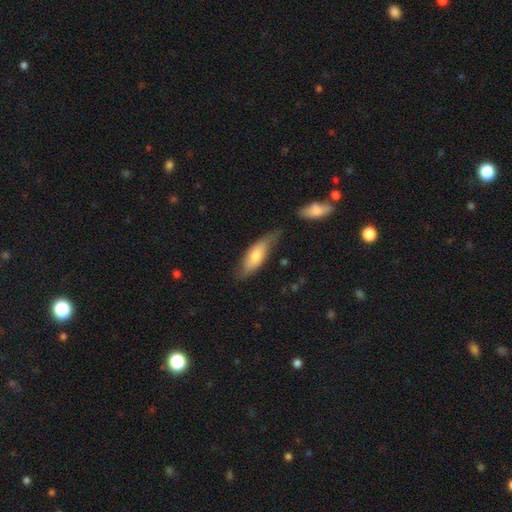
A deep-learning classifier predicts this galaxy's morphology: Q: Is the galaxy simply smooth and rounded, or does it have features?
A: smooth — 68%.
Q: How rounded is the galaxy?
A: in between — 64%.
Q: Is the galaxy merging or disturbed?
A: none — 57%.